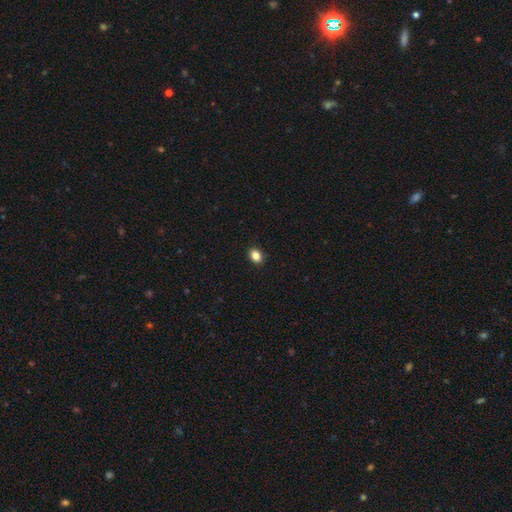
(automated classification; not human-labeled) Smooth or featured?
  - smooth: 85% *
  - star or artifact: 10%
  - featured or disk: 4%
How rounded?
  - in between: 64% *
  - round: 35%
  - cigar-shaped: 1%
Merging?
  - none: 91% *
  - minor disturbance: 7%
  - major disturbance: 2%
  - merger: 1%